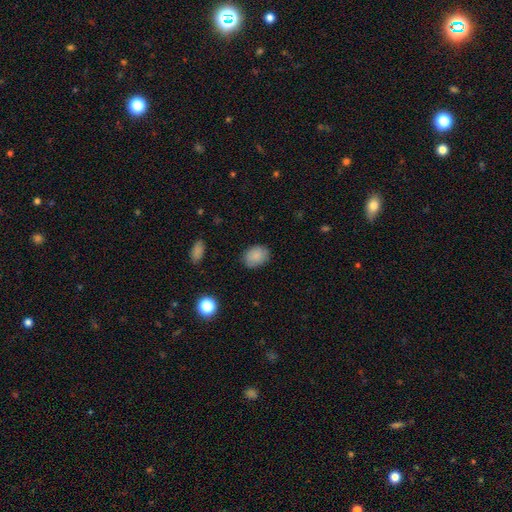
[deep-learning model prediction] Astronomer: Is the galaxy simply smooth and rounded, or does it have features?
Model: smooth — 86%.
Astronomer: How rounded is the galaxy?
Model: in between — 64%.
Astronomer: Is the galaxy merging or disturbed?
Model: none — 83%.